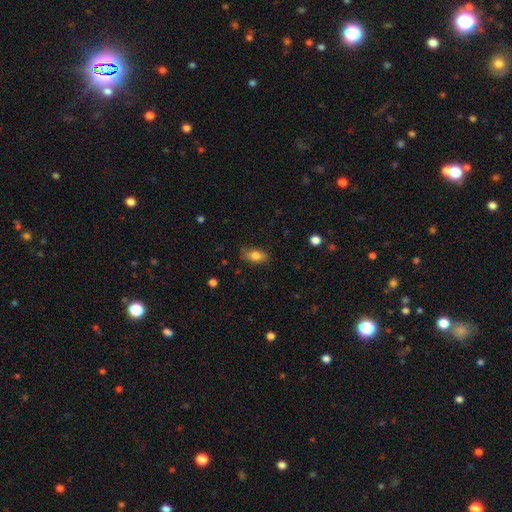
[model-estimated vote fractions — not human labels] A smooth galaxy with no disk features (79%) that is in between round and cigar-shaped (85%). Merging: none (80%).